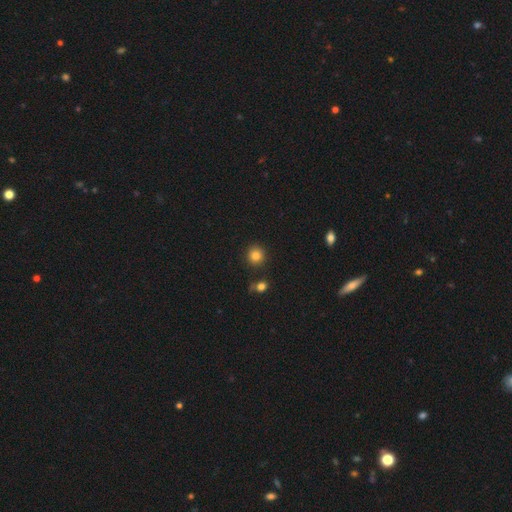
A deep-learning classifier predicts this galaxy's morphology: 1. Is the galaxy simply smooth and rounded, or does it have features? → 83% smooth, 11% star or artifact, 6% featured or disk.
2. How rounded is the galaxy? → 92% round, 7% in between, 1% cigar-shaped.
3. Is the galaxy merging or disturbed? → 87% none, 7% minor disturbance, 4% merger, 2% major disturbance.